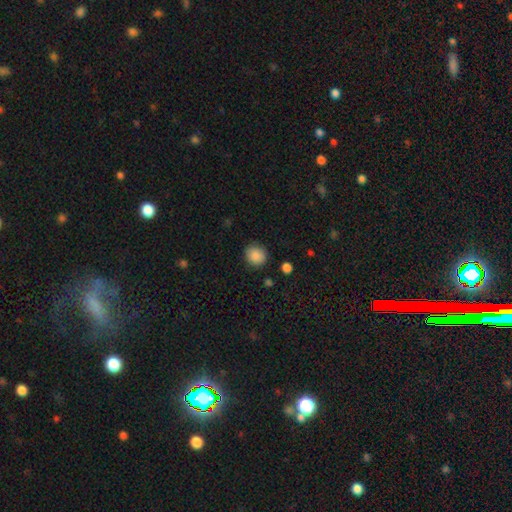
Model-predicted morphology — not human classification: The model was most divided on "how rounded": round: 83%, in between: 16%, cigar-shaped: 1%. More confident: smooth or featured — smooth (88%); merging — none (87%).